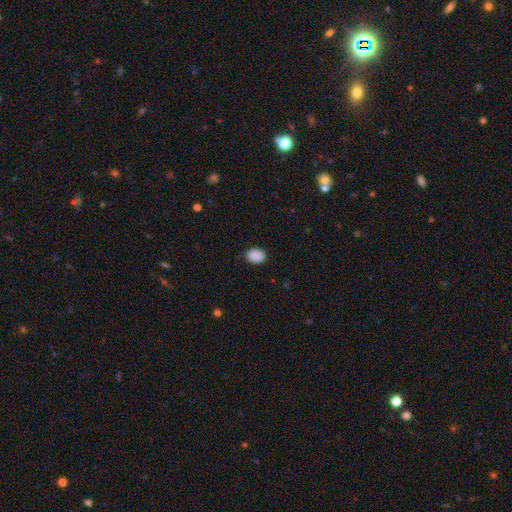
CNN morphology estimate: This appears to be a smooth galaxy with no disk features (90%) that is in between round and cigar-shaped (76%). Merging: none (85%).